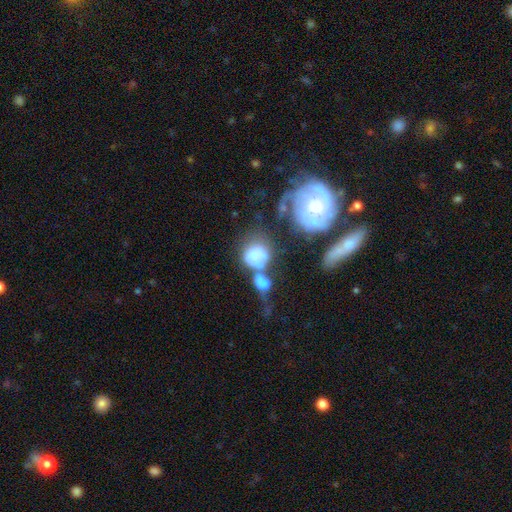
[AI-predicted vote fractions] The model was most divided on "smooth or featured": smooth: 49%, featured or disk: 39%, star or artifact: 12%. More confident: merging — merger (52%).